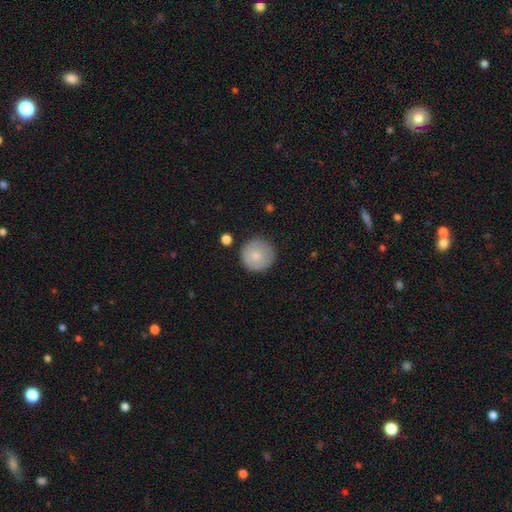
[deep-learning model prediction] This is likely a smooth galaxy (80%). How rounded: clearly round (96%). Merging: clearly none (87%).